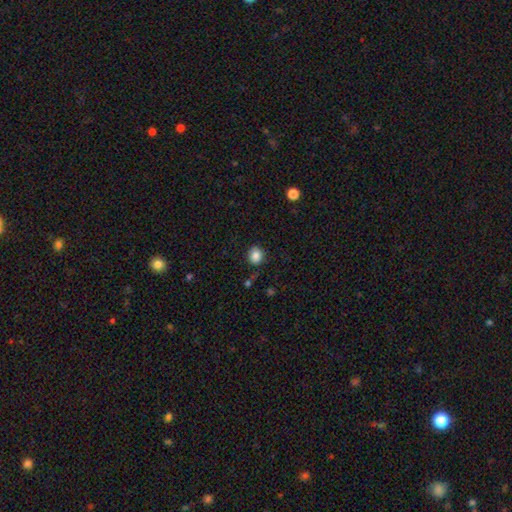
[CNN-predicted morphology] Smooth or featured? Predicted: smooth (p=0.85). How rounded? Predicted: round (p=0.73). Merging? Predicted: none (p=0.81).